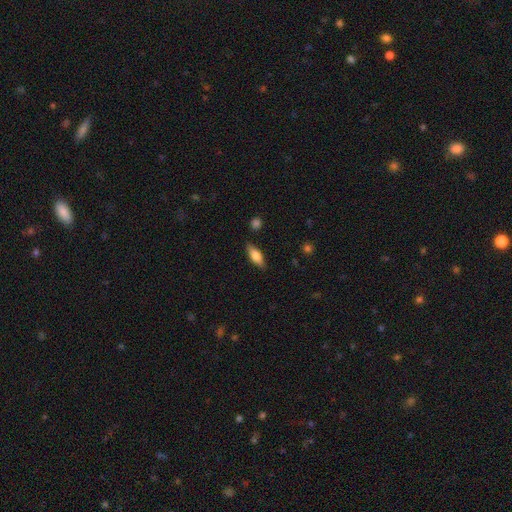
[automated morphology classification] smooth-or-featured: smooth: 69% | featured or disk: 24% | star or artifact: 7%
  how-rounded: in between: 68% | cigar-shaped: 29% | round: 3%
  merging: none: 85% | minor disturbance: 11% | major disturbance: 2% | merger: 1%